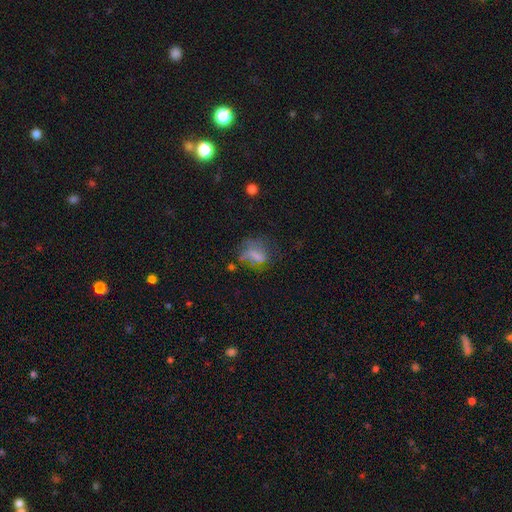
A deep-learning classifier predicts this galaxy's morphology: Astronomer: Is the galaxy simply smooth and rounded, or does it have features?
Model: smooth — 56%.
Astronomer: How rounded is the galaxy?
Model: in between — 63%.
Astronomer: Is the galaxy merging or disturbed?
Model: none — 40% (runner-up: major disturbance, 30%).